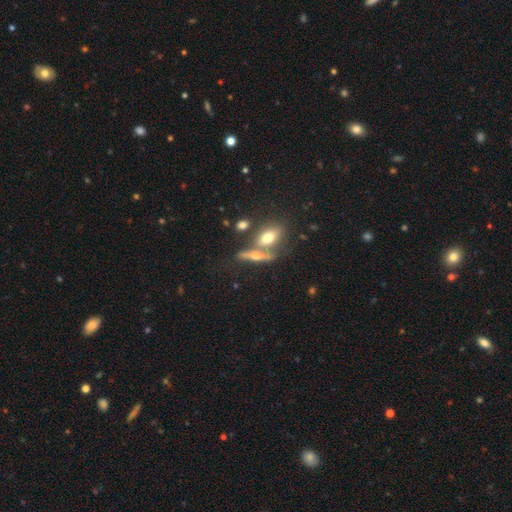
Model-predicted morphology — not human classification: Q: Smooth or featured?
A: featured or disk (47%); runner-up: smooth (43%)
Q: Merging?
A: none (48%); runner-up: merger (34%)